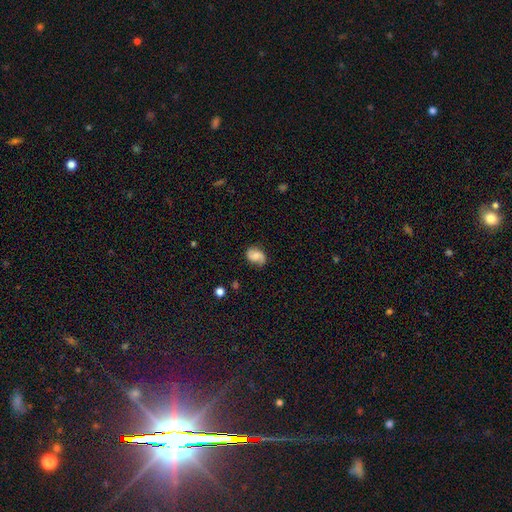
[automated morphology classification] type=smooth (51%); roundness=in between (73%); merging=none (72%).